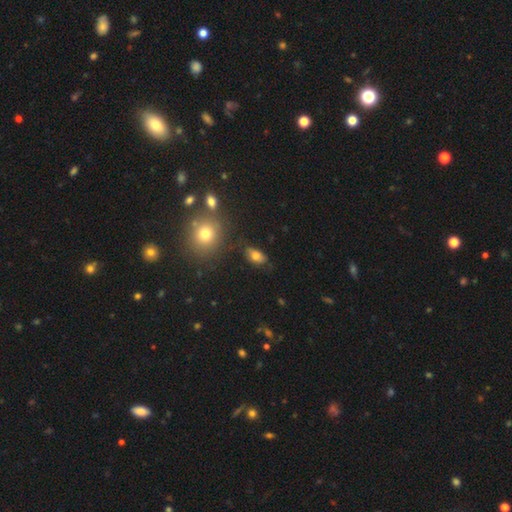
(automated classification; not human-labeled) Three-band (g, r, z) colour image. It shows a smooth galaxy with no disk features (74%) that is in between round and cigar-shaped (86%). Merging: none (76%).